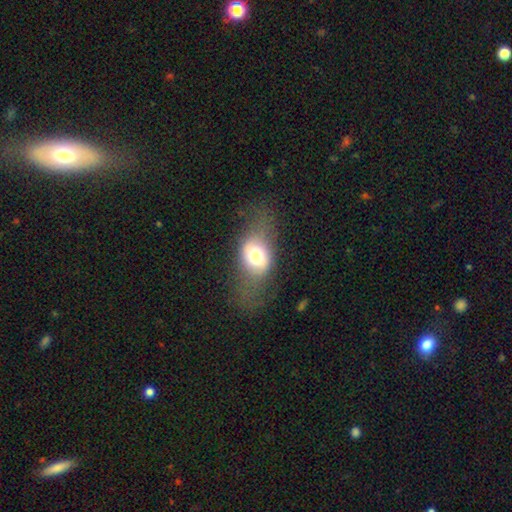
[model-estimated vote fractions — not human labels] A smooth galaxy with no disk features (58%) that is in between round and cigar-shaped (69%). Merging: none (58%).